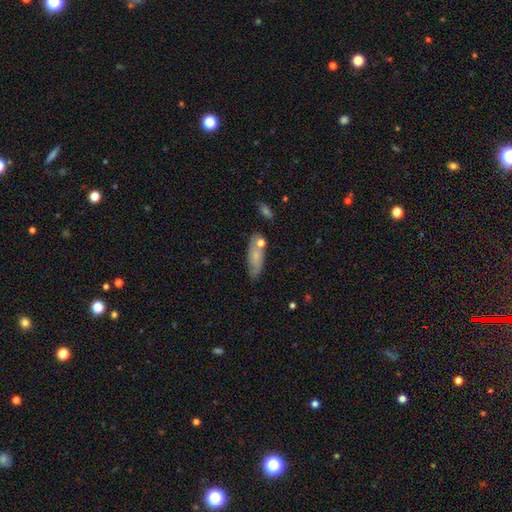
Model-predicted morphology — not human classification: Q: Smooth or featured?
A: smooth (59%); runner-up: featured or disk (34%)
Q: How rounded?
A: in between (65%); runner-up: cigar-shaped (32%)
Q: Merging?
A: none (61%); runner-up: minor disturbance (21%)